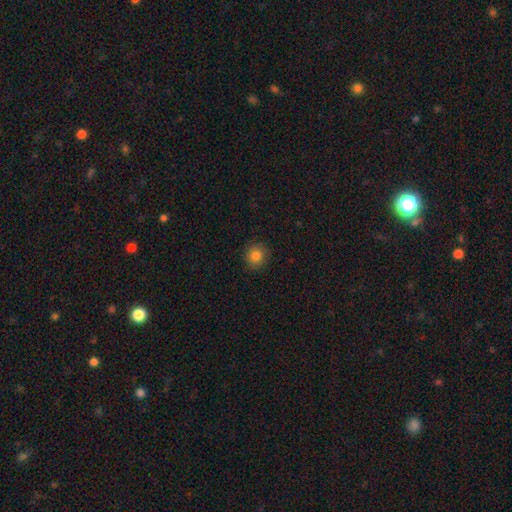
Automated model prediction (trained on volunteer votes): smooth-or-featured: smooth: 83% | star or artifact: 11% | featured or disk: 6%
  how-rounded: round: 84% | in between: 15% | cigar-shaped: 1%
  merging: none: 89% | minor disturbance: 8% | major disturbance: 2% | merger: 1%